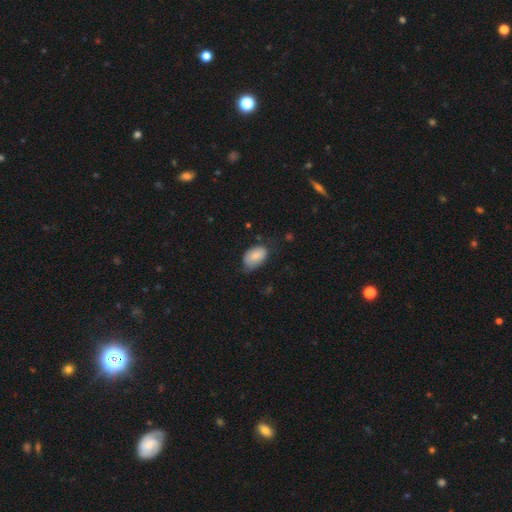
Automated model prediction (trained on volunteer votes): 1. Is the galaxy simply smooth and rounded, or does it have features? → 81% smooth, 12% featured or disk, 7% star or artifact.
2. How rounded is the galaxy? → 90% in between, 9% round, 1% cigar-shaped.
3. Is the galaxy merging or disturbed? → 52% none, 37% minor disturbance, 10% major disturbance, 2% merger.